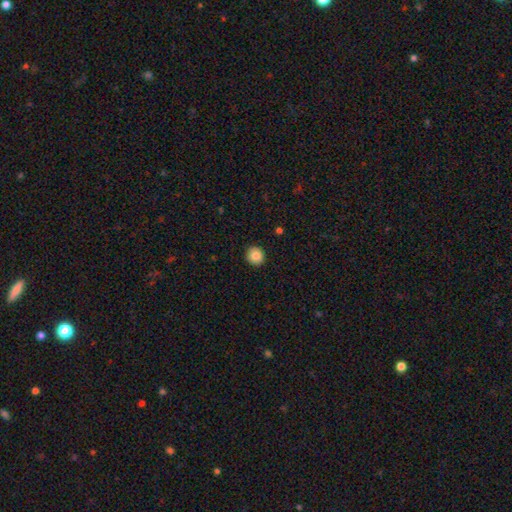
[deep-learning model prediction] Smooth or featured?
  - smooth: 85% *
  - star or artifact: 9%
  - featured or disk: 6%
How rounded?
  - round: 89% *
  - in between: 10%
  - cigar-shaped: 1%
Merging?
  - none: 91% *
  - minor disturbance: 6%
  - major disturbance: 2%
  - merger: 1%